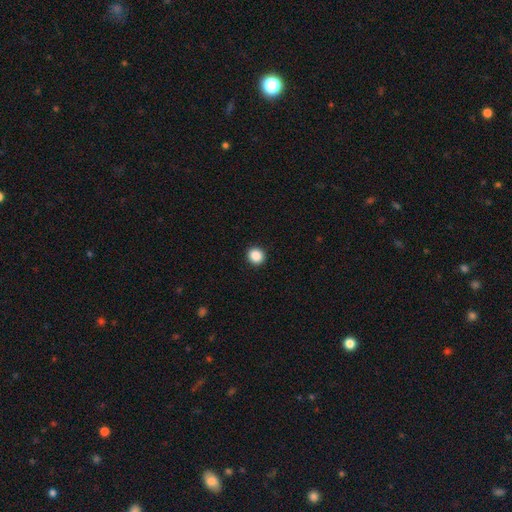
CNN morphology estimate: A smooth galaxy with no disk features (88%) that is round (92%). Merging: none (93%).